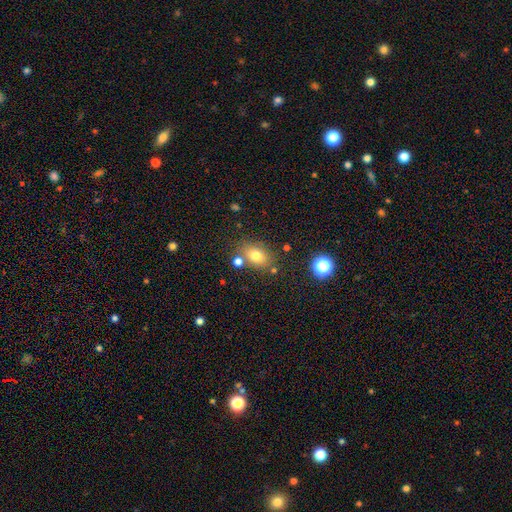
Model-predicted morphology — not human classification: smooth-or-featured: smooth: 75% | star or artifact: 13% | featured or disk: 12%
  how-rounded: in between: 72% | round: 27% | cigar-shaped: 2%
  merging: none: 71% | minor disturbance: 13% | merger: 11% | major disturbance: 4%